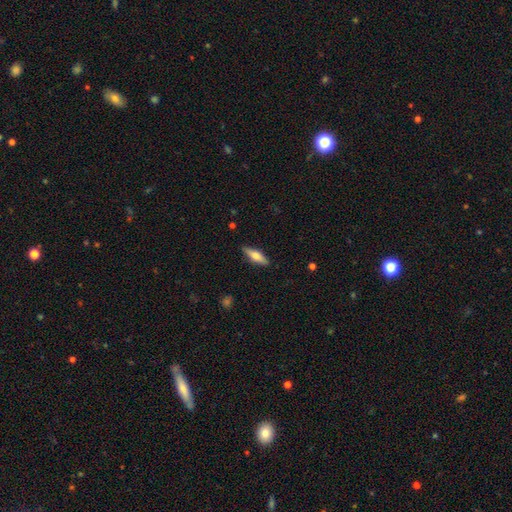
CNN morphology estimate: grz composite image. It shows a smooth galaxy with no disk features (59%) that is cigar-shaped (54%). Merging: none (87%).